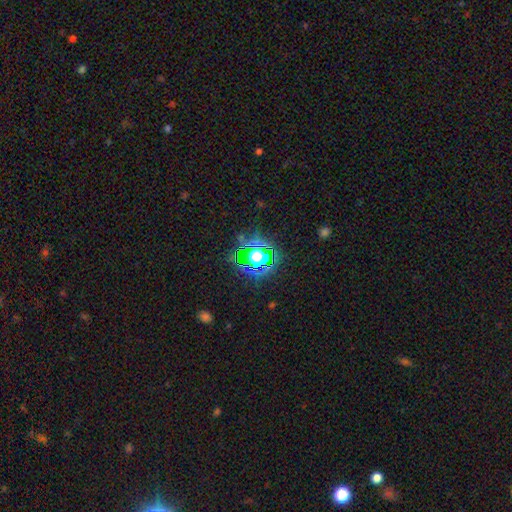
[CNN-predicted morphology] smooth_or_featured: star or artifact (p=0.49) [alt: smooth p=0.38]